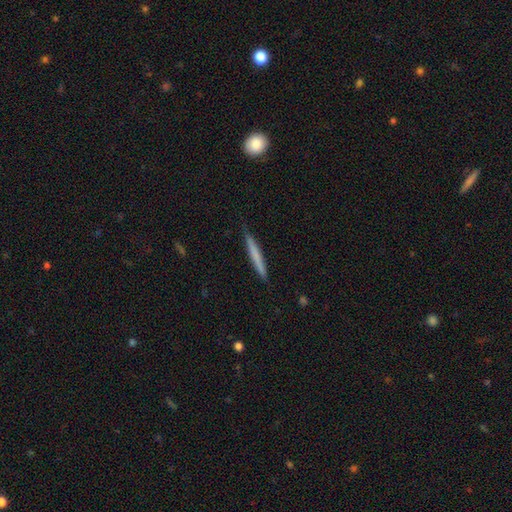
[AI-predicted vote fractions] Smooth or featured: smooth — 64% (featured or disk — 30%)
How rounded: cigar-shaped — 96% (in between — 2%)
Merging: none — 86% (minor disturbance — 11%)